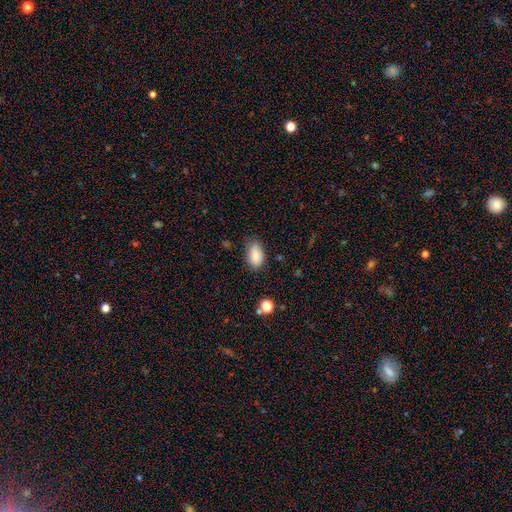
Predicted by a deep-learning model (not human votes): Q: Smooth or featured?
A: smooth (83%); runner-up: featured or disk (9%)
Q: How rounded?
A: in between (92%); runner-up: round (6%)
Q: Merging?
A: none (69%); runner-up: minor disturbance (25%)